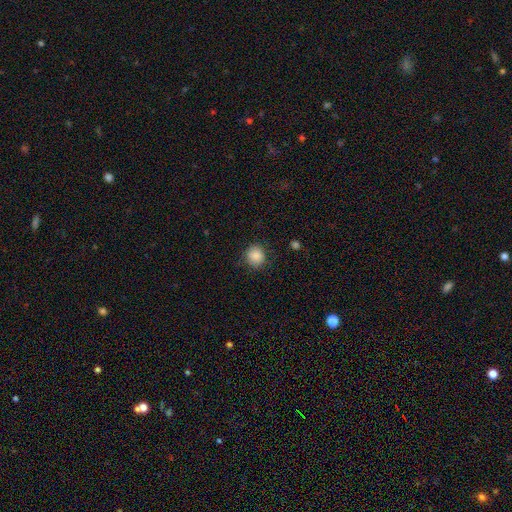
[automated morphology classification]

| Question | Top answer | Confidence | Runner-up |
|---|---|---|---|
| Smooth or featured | smooth | 87% | star or artifact (9%) |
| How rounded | round | 86% | in between (13%) |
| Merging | none | 83% | minor disturbance (12%) |